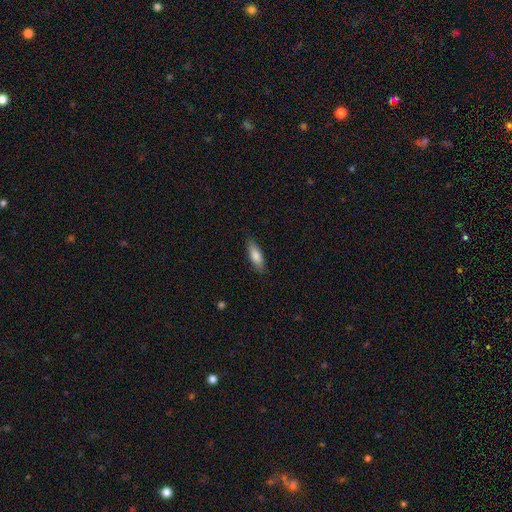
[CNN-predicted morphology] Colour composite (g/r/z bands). It shows a smooth galaxy with no disk features (77%) that is in between round and cigar-shaped (58%). Merging: none (86%).